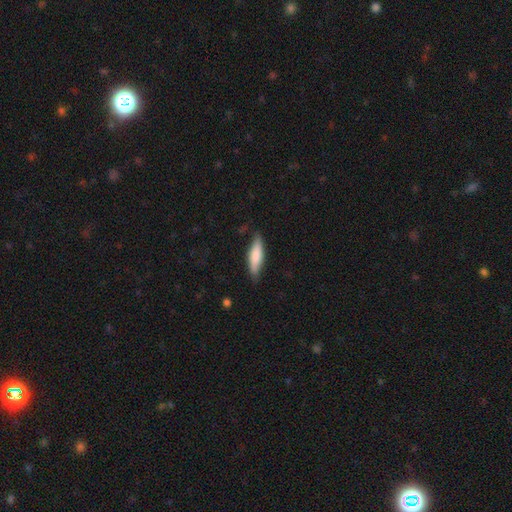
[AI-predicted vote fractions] Q: Smooth or featured?
A: smooth (74%); runner-up: featured or disk (20%)
Q: How rounded?
A: cigar-shaped (61%); runner-up: in between (37%)
Q: Merging?
A: none (75%); runner-up: minor disturbance (20%)